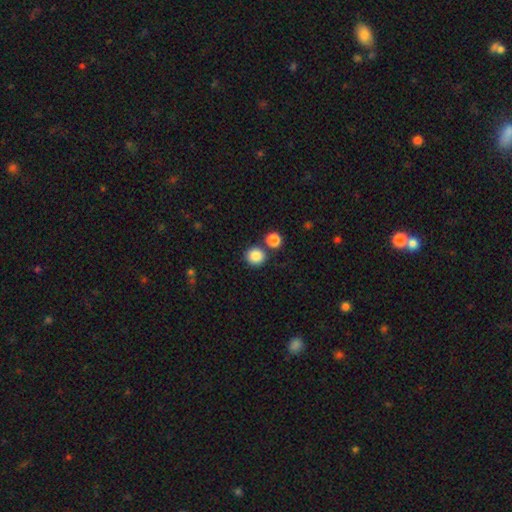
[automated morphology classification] This is clearly a smooth galaxy (87%). How rounded: clearly round (89%). Merging: likely none (75%).